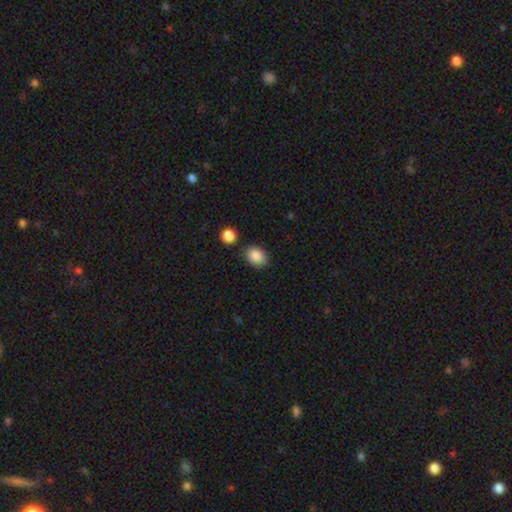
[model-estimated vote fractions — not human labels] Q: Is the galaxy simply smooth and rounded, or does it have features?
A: smooth — 88%.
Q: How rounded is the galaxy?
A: in between — 71%.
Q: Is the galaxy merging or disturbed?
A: none — 81%.